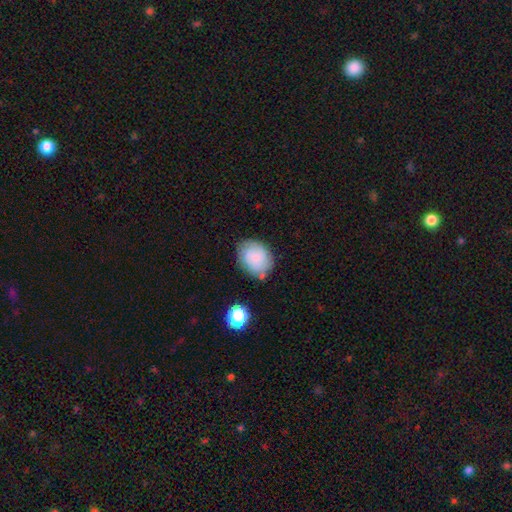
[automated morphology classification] Smooth or featured?
  - smooth: 74% *
  - featured or disk: 16%
  - star or artifact: 9%
How rounded?
  - in between: 61% *
  - round: 38%
  - cigar-shaped: 1%
Merging?
  - none: 71% *
  - minor disturbance: 20%
  - major disturbance: 5%
  - merger: 5%